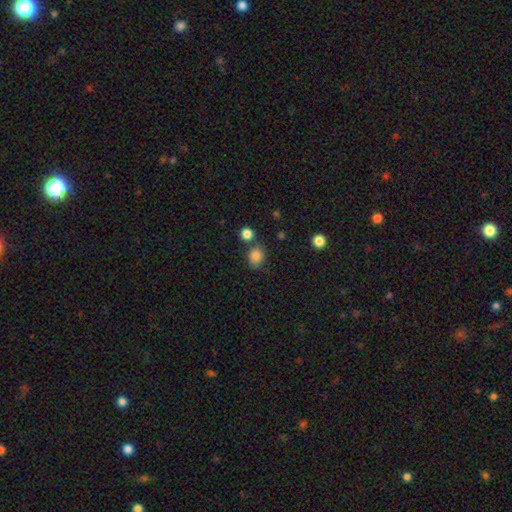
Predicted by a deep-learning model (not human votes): This is clearly a smooth galaxy (84%). How rounded: likely round (68%). Merging: likely none (71%).